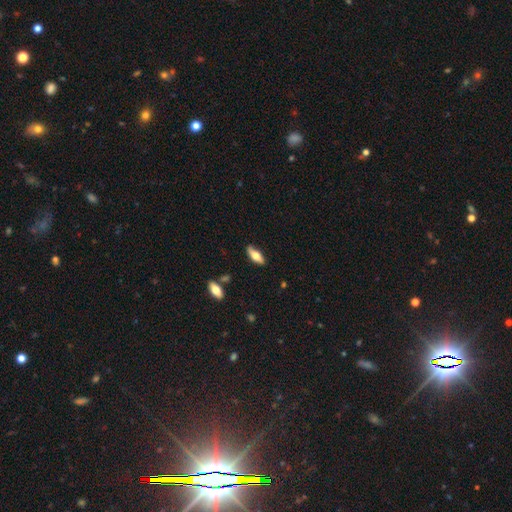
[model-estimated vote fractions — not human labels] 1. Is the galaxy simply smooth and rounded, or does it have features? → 60% smooth, 34% featured or disk, 6% star or artifact.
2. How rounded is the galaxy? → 69% in between, 28% cigar-shaped, 2% round.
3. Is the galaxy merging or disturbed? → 81% none, 14% minor disturbance, 2% major disturbance, 2% merger.